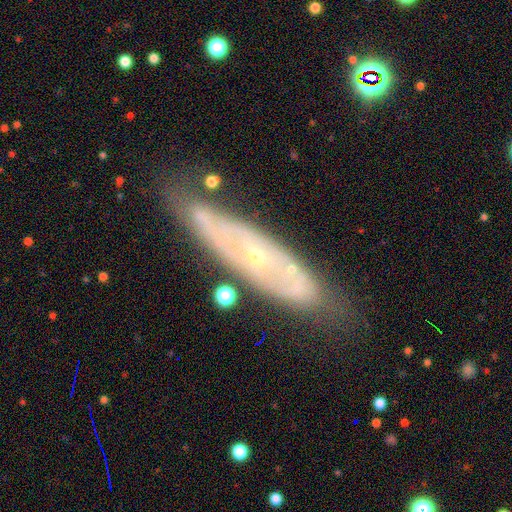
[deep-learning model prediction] Smooth or featured? Predicted: featured or disk (p=0.76). Edge-on disk? Predicted: no (p=0.71). Bar? Predicted: no (p=0.80). Spiral arms? Predicted: yes (p=0.60). Bulge size? Predicted: small (p=0.79). Merging? Predicted: none (p=0.73).